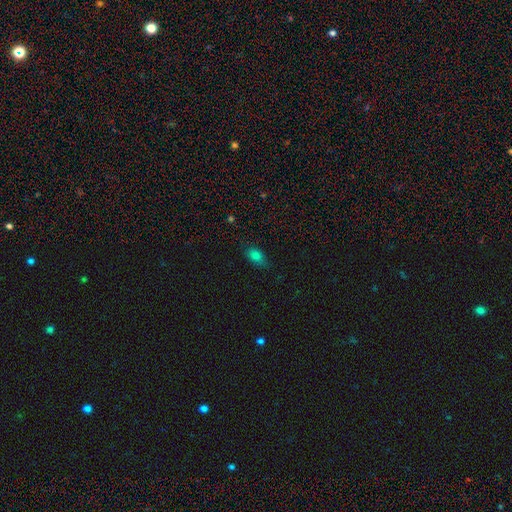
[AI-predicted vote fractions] Smooth or featured? smooth (77%)
How rounded? in between (85%)
Merging? none (77%)